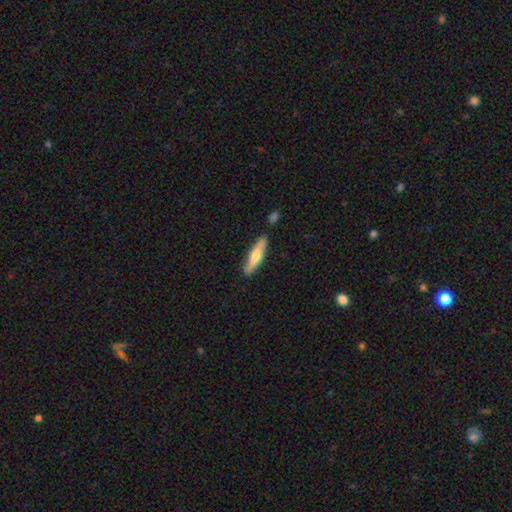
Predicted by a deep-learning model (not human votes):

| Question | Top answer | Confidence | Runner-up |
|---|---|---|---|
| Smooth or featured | smooth | 59% | featured or disk (36%) |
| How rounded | cigar-shaped | 76% | in between (22%) |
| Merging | none | 83% | minor disturbance (12%) |